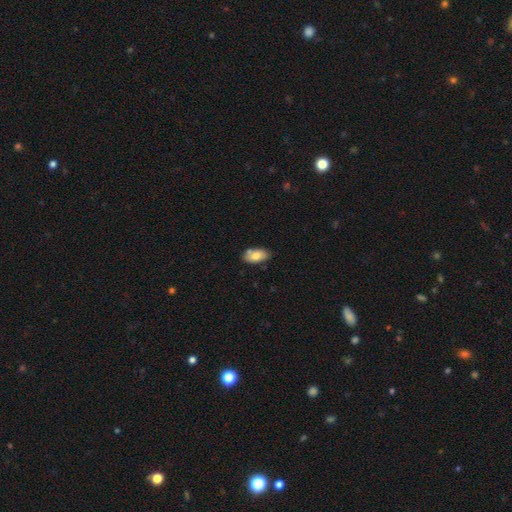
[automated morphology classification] A smooth galaxy with no disk features (76%) that is in between round and cigar-shaped (93%). Merging: none (72%).